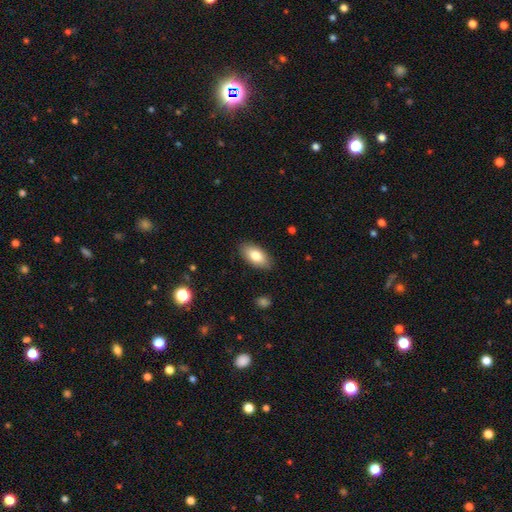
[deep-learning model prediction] The model was most divided on "smooth or featured": smooth: 80%, featured or disk: 13%, star or artifact: 6%. More confident: how rounded — in between (93%); merging — none (87%).